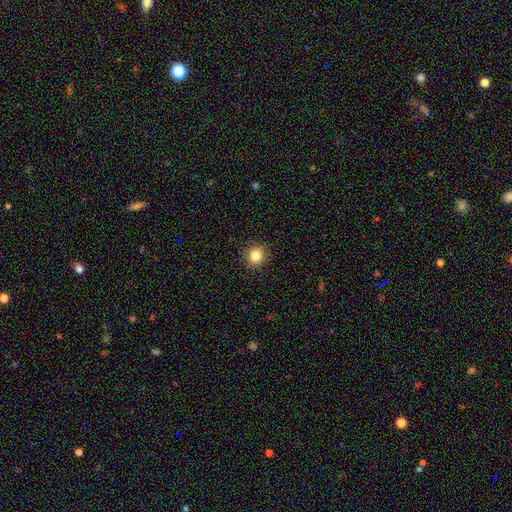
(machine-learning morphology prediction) type=smooth (84%); roundness=round (92%); merging=none (92%).